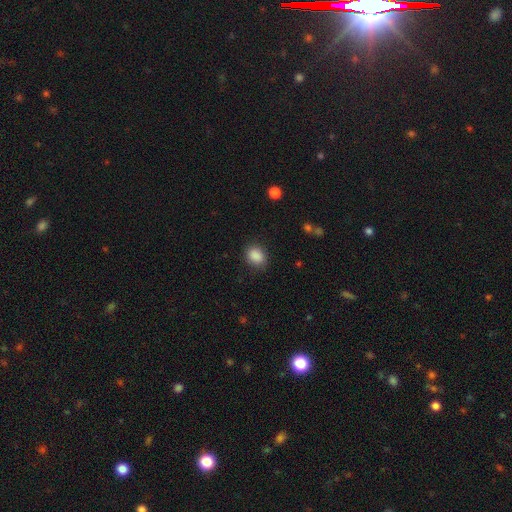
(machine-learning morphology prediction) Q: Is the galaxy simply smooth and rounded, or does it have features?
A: smooth — 88%.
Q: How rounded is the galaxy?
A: in between — 58%.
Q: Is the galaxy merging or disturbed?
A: none — 84%.